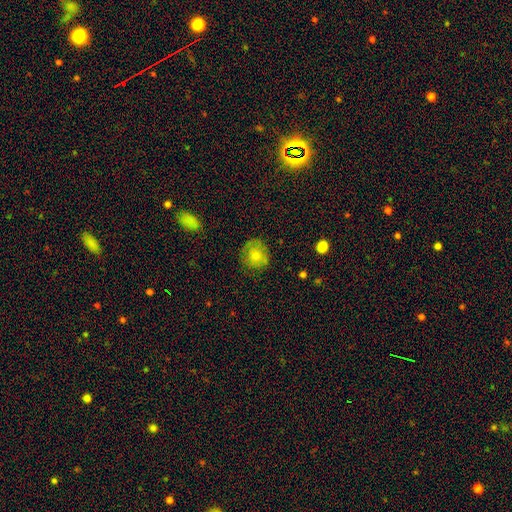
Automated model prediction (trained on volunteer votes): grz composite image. It shows a smooth galaxy with no disk features (68%) that is round (82%). Merging: none (77%).